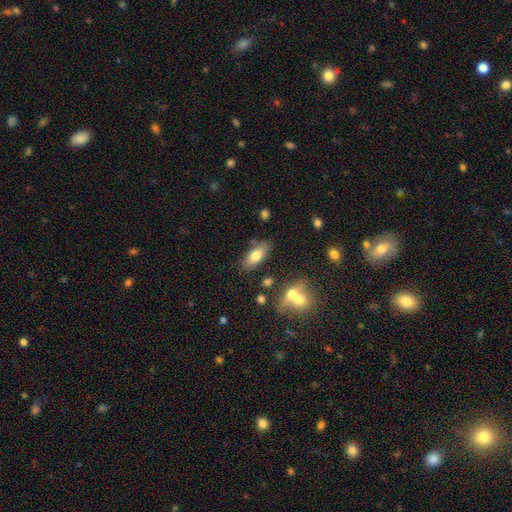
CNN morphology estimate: Smooth or featured: smooth — 75% (featured or disk — 18%)
How rounded: in between — 79% (cigar-shaped — 18%)
Merging: none — 77% (minor disturbance — 13%)